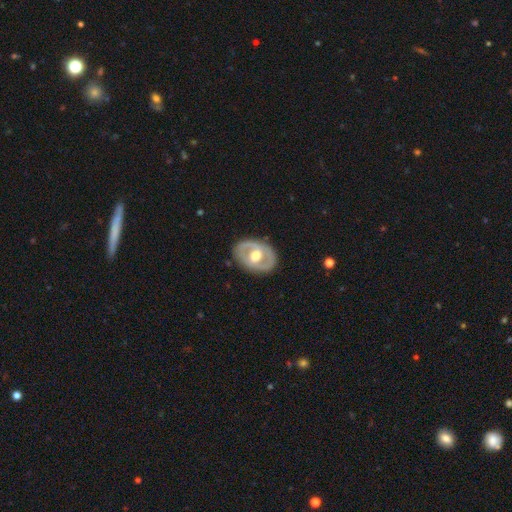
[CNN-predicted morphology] A featured or disk galaxy (69%) with no bar (45%), no spiral arms (56%) and a moderate central bulge (74%).

Vote fractions:
- Smooth or featured? featured or disk: 69% / smooth: 27% / star or artifact: 5%
- Edge-on disk? no: 94% / yes: 6%
- Bar? no: 45% / weak: 36% / strong: 18%
- Spiral arms? no: 56% / yes: 44%
- Bulge size? moderate: 74% / large: 16% / small: 8% / dominant: 1% / none: 1%
- Merging? none: 83% / minor disturbance: 12% / major disturbance: 4% / merger: 1%